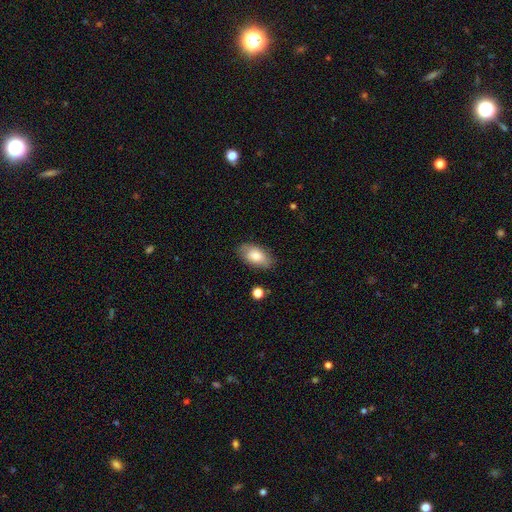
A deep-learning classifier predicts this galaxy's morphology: Smooth or featured? smooth (78%)
How rounded? in between (93%)
Merging? none (80%)